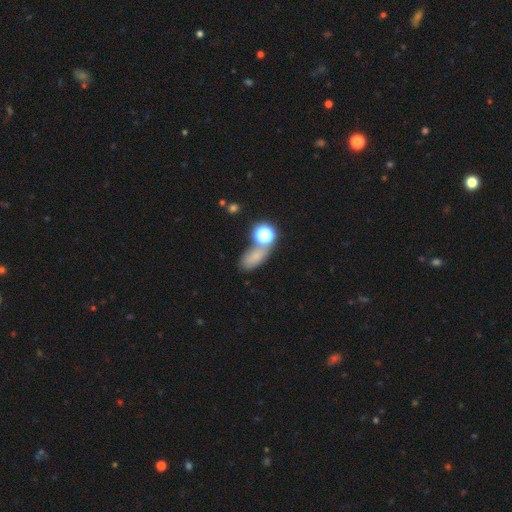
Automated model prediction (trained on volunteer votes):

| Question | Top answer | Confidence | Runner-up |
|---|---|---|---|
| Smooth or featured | smooth | 63% | star or artifact (26%) |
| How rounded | in between | 72% | round (21%) |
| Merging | none | 50% | merger (23%) |